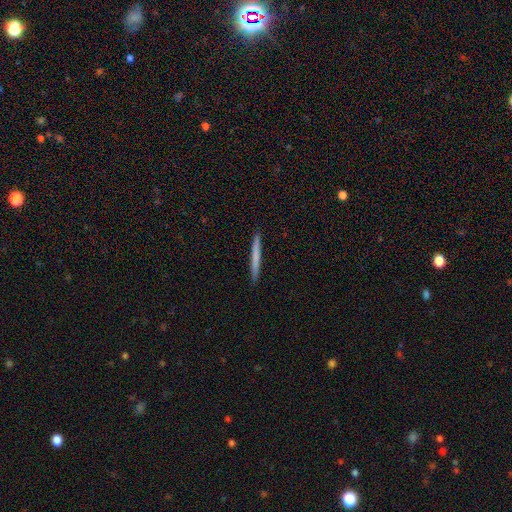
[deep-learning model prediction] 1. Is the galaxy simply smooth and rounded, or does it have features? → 66% smooth, 29% featured or disk, 5% star or artifact.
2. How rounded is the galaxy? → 97% cigar-shaped, 2% in between, 1% round.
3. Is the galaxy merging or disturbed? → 93% none, 5% minor disturbance, 1% major disturbance, 1% merger.